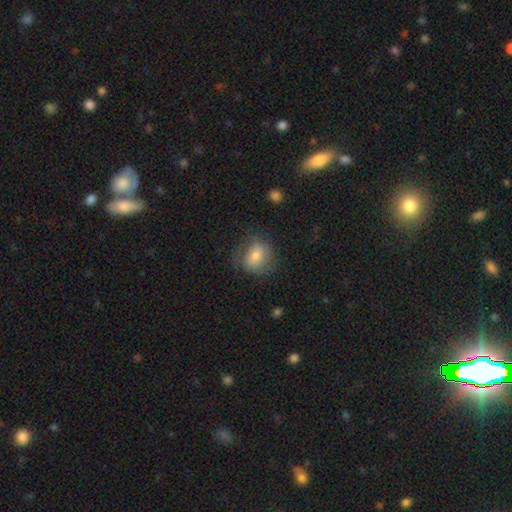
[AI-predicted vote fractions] smooth-or-featured: smooth: 70% | featured or disk: 20% | star or artifact: 9%
  how-rounded: round: 61% | in between: 38% | cigar-shaped: 1%
  merging: none: 63% | minor disturbance: 22% | major disturbance: 13% | merger: 1%